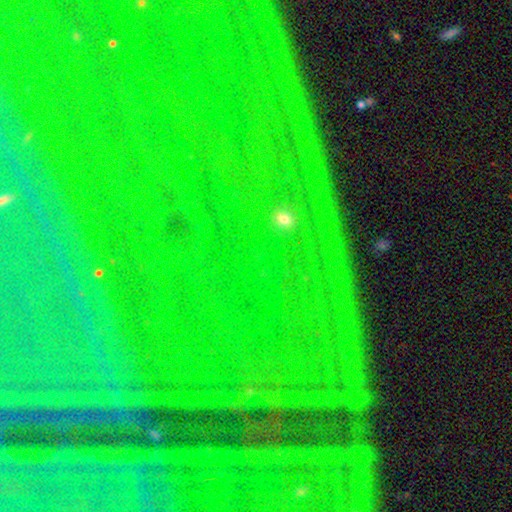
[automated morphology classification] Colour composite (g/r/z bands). It shows a star or artifact, not a galaxy (87%).